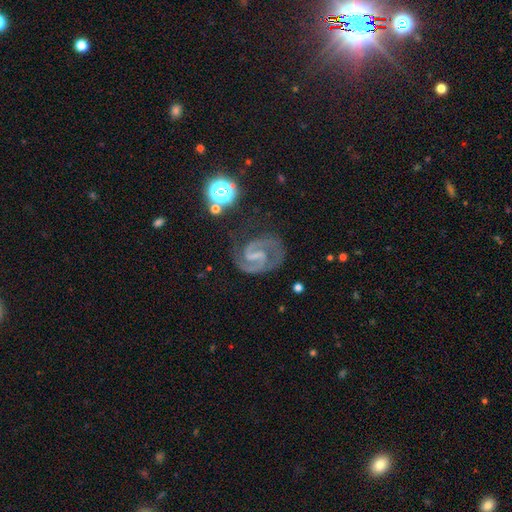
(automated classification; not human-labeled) Smooth or featured?
  - featured or disk: 90% *
  - star or artifact: 6%
  - smooth: 4%
Edge-on disk?
  - no: 98% *
  - yes: 2%
Bar?
  - weak: 48% *
  - strong: 34%
  - no: 18%
Spiral arms?
  - yes: 98% *
  - no: 2%
Spiral winding?
  - medium: 57% *
  - tight: 32%
  - loose: 11%
Spiral arm count?
  - 2: 92% *
  - 1: 2%
  - can't tell: 2%
  - 3: 2%
  - 4: 1%
  - more than 4: 1%
Bulge size?
  - none: 50% *
  - small: 37%
  - moderate: 11%
  - large: 1%
  - dominant: 1%
Merging?
  - none: 73% *
  - minor disturbance: 16%
  - major disturbance: 9%
  - merger: 2%